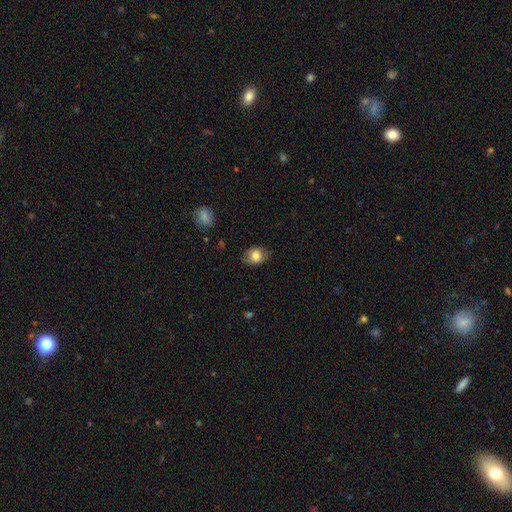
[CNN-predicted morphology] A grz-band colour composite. It shows a smooth galaxy with no disk features (77%) that is in between round and cigar-shaped (59%). Merging: none (74%).